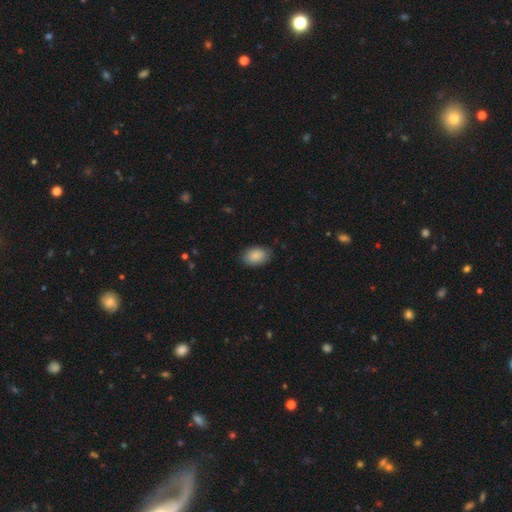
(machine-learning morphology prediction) The model was most divided on "merging": none: 83%, minor disturbance: 14%, major disturbance: 3%, merger: 1%. More confident: smooth or featured — smooth (89%); how rounded — in between (86%).